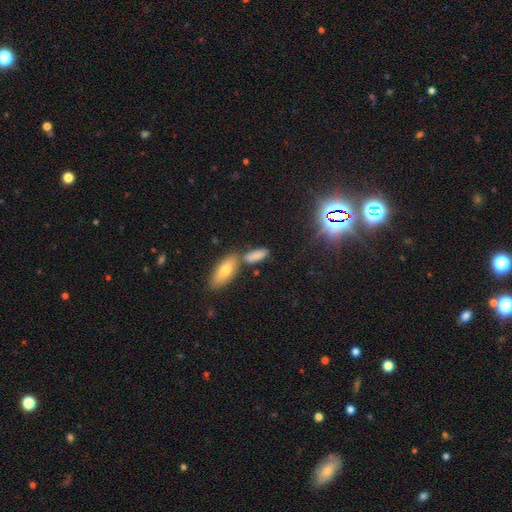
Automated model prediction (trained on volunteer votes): Smooth or featured? Predicted: smooth (p=0.78). How rounded? Predicted: in between (p=0.73). Merging? Predicted: none (p=0.52).